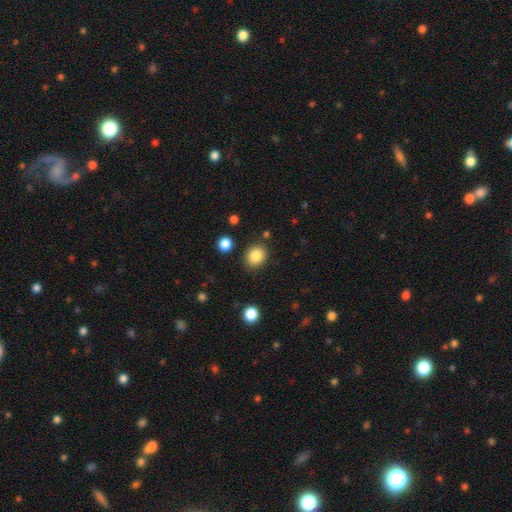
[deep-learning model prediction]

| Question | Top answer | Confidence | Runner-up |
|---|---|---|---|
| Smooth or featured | smooth | 86% | star or artifact (9%) |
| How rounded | round | 63% | in between (37%) |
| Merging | none | 85% | minor disturbance (9%) |